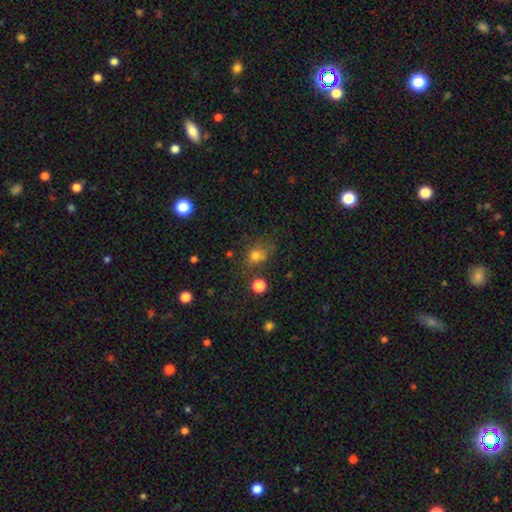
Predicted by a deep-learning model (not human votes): Morphology: type=smooth (71%); roundness=round (64%); merging=none (58%).